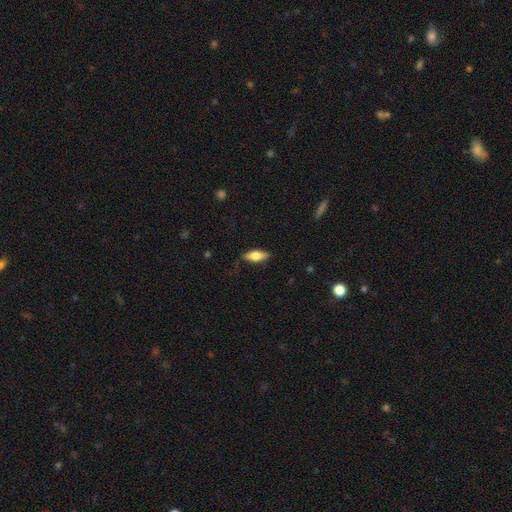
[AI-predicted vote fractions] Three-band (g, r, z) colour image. It shows a smooth galaxy with no disk features (58%) that is in between round and cigar-shaped (67%). Merging: none (83%).